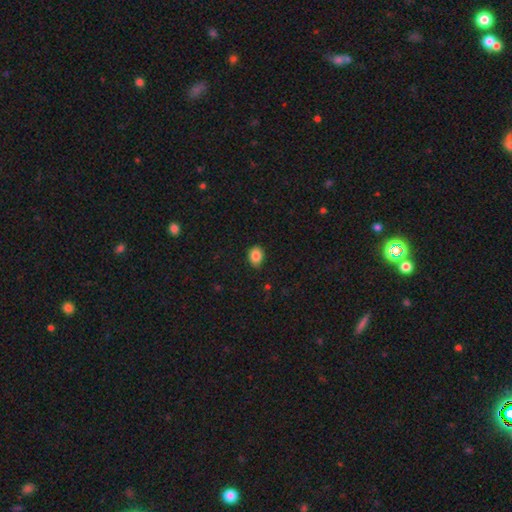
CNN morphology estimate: smooth_or_featured: smooth (p=0.86) [alt: star or artifact p=0.09]
how_rounded: in between (p=0.63) [alt: round p=0.36]
merging: none (p=0.79) [alt: minor disturbance p=0.17]